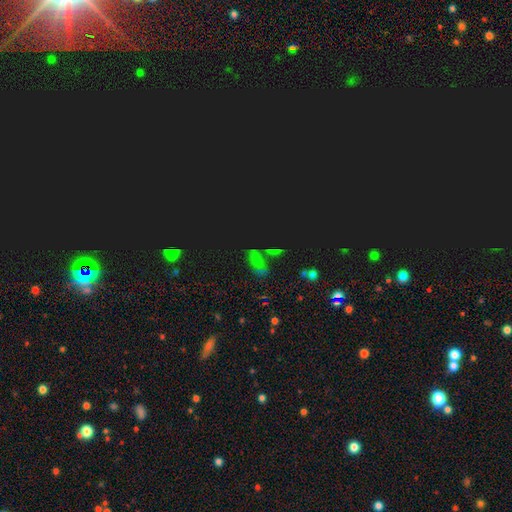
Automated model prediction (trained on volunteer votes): smooth-or-featured: star or artifact: 63% | smooth: 26% | featured or disk: 11%